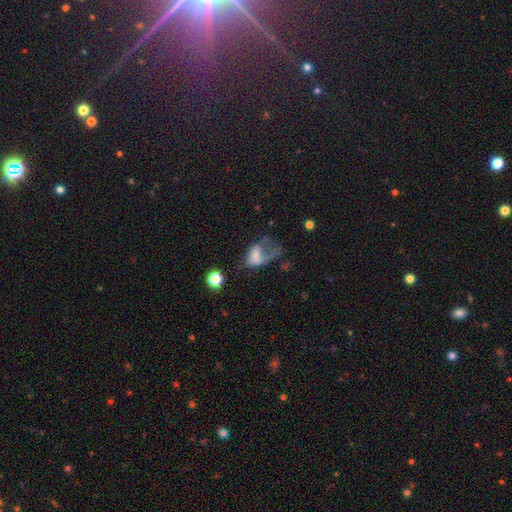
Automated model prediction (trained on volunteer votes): Smooth or featured: featured or disk — 45% (smooth — 43%)
Merging: major disturbance — 62% (none — 17%)